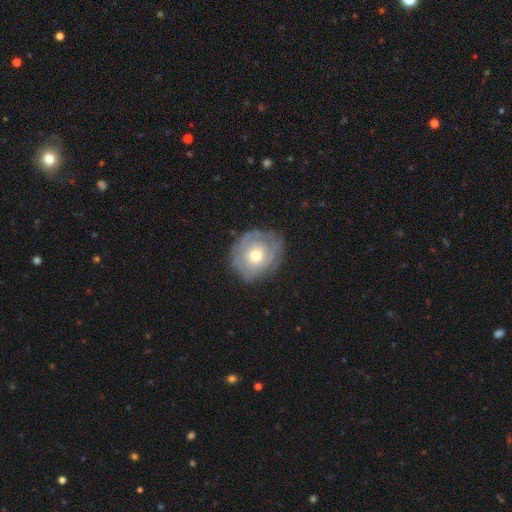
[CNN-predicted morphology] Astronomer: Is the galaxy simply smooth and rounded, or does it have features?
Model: featured or disk — 62%.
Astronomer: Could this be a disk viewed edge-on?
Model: no — 96%.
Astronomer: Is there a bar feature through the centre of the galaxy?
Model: no — 85%.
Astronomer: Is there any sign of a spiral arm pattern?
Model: yes — 66%.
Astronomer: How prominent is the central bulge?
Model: moderate — 65%.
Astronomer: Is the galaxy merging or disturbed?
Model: none — 70%.